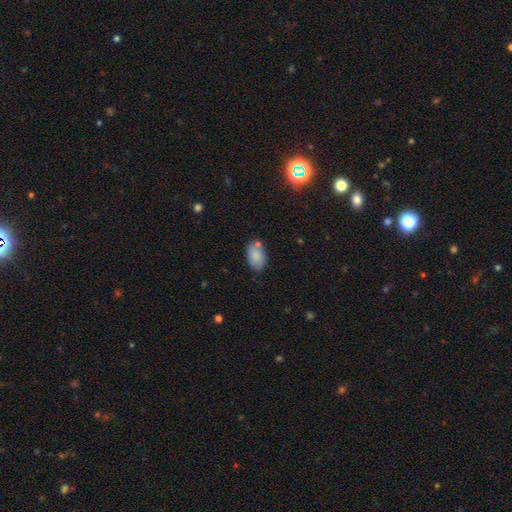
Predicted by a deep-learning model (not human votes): A smooth galaxy with no disk features (85%) that is in between round and cigar-shaped (92%).

Vote fractions:
- Smooth or featured? smooth: 85% / featured or disk: 8% / star or artifact: 7%
- How rounded? in between: 92% / round: 6% / cigar-shaped: 1%
- Merging? none: 69% / minor disturbance: 17% / merger: 10% / major disturbance: 4%